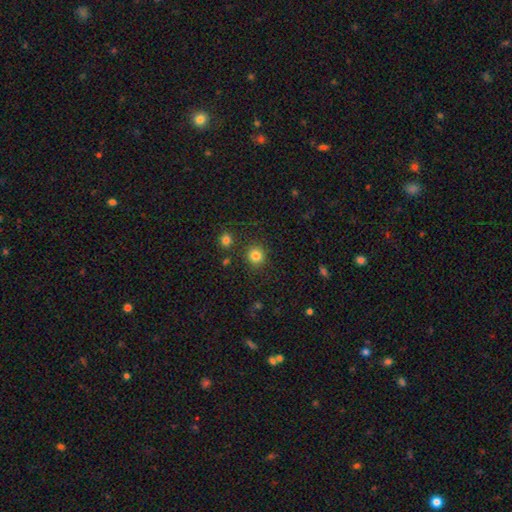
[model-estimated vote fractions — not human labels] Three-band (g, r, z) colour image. It shows a smooth galaxy with no disk features (83%) that is round (91%). Merging: none (87%).